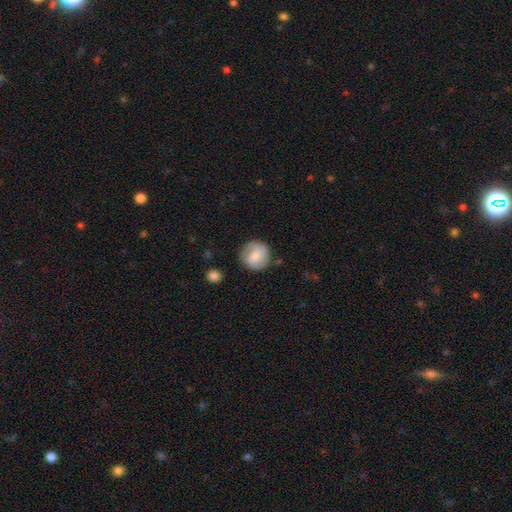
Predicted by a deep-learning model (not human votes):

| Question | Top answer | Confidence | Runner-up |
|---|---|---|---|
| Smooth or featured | smooth | 70% | featured or disk (23%) |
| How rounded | round | 92% | in between (7%) |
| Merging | none | 78% | minor disturbance (15%) |